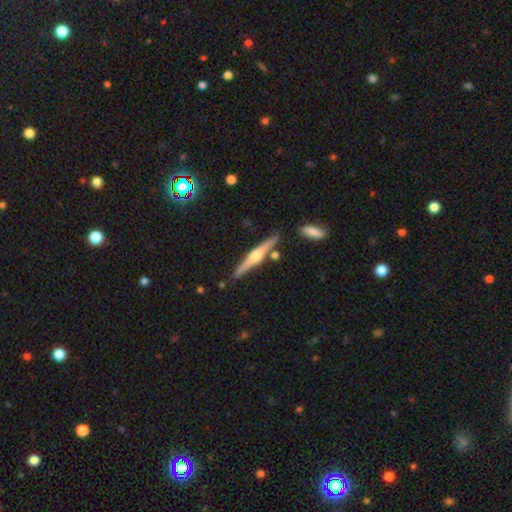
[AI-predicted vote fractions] This is likely a featured or disk galaxy (71%). It is clearly viewed edge-on (98%). Edge-on bulge: clearly rounded (87%). Merging: clearly none (85%).